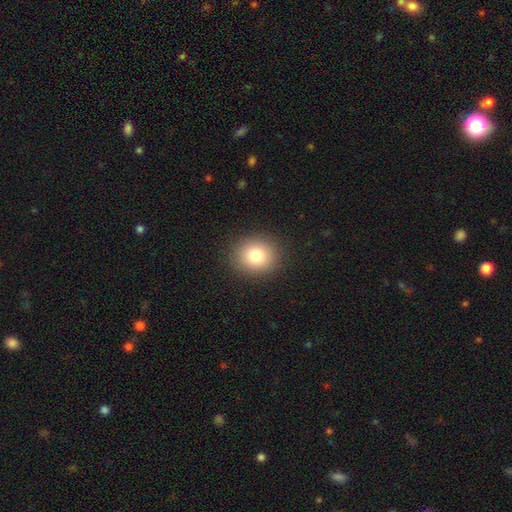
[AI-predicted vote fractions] Smooth or featured?
  - smooth: 81% *
  - star or artifact: 11%
  - featured or disk: 8%
How rounded?
  - round: 80% *
  - in between: 19%
  - cigar-shaped: 1%
Merging?
  - none: 90% *
  - minor disturbance: 6%
  - major disturbance: 2%
  - merger: 1%